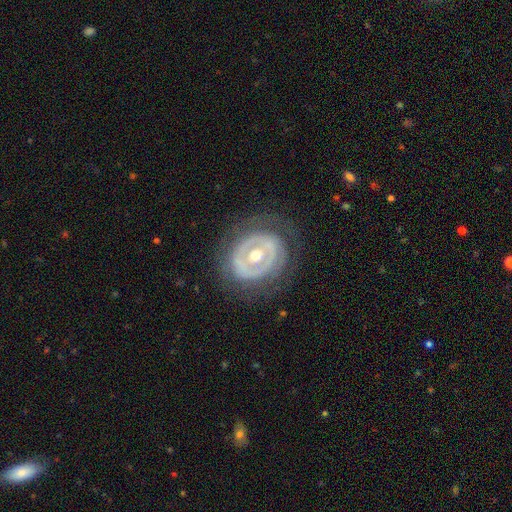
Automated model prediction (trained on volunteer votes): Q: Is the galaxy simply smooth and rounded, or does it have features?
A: featured or disk — 74%.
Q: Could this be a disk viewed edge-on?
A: no — 95%.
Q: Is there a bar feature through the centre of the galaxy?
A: no — 57%.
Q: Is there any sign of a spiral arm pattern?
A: no — 70%.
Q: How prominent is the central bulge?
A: moderate — 72%.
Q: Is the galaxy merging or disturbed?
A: none — 70%.